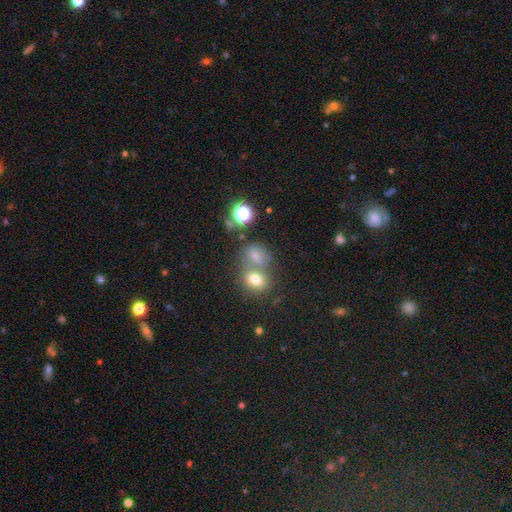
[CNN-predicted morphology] This is likely a smooth galaxy (64%). How rounded: possibly in between (51%). Merging: possibly merger (48%).